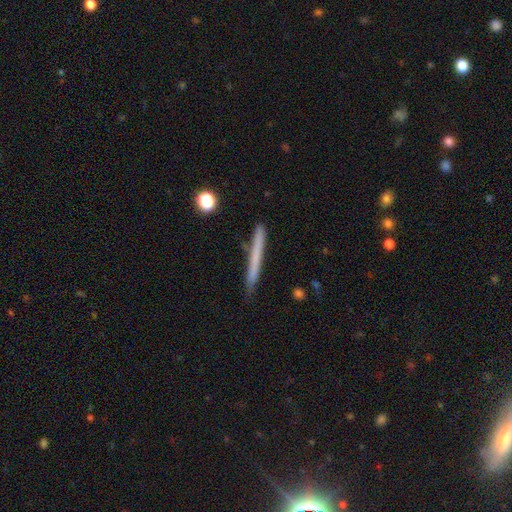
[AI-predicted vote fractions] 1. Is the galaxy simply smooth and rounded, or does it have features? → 60% smooth, 33% featured or disk, 7% star or artifact.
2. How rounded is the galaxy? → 97% cigar-shaped, 2% in between, 1% round.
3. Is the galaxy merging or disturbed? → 87% none, 9% minor disturbance, 2% merger, 2% major disturbance.